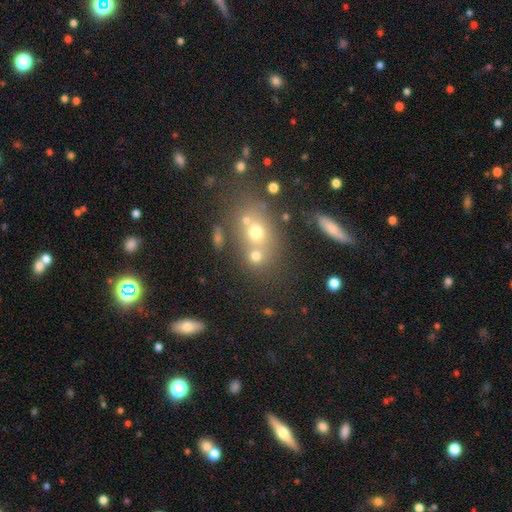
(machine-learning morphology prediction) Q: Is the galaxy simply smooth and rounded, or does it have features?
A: smooth — 66%.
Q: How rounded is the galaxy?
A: round — 64%.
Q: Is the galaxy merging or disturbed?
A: none — 47%.